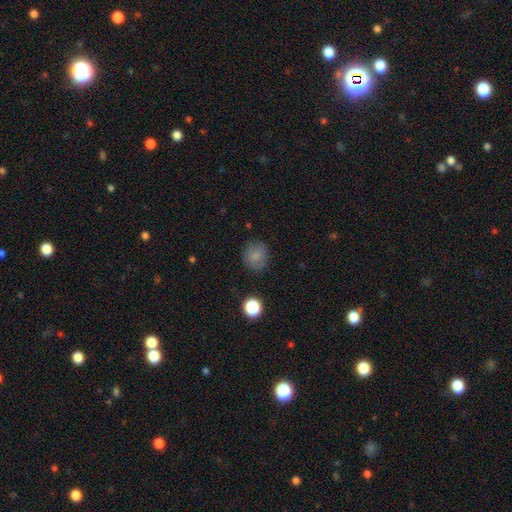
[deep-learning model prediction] Smooth or featured: smooth — 81% (star or artifact — 12%)
How rounded: round — 81% (in between — 18%)
Merging: none — 83% (minor disturbance — 12%)